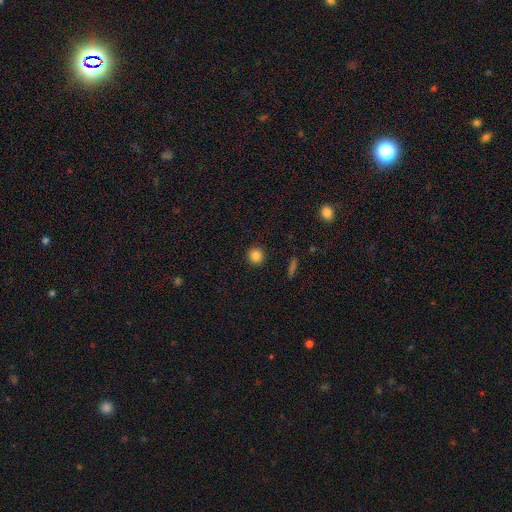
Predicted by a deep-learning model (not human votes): Smooth or featured? smooth (85%)
How rounded? round (95%)
Merging? none (92%)